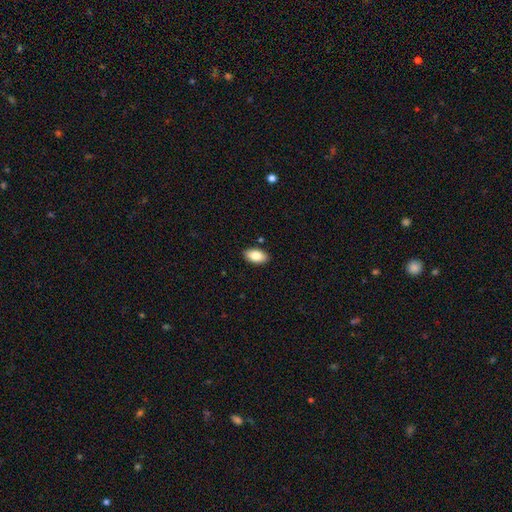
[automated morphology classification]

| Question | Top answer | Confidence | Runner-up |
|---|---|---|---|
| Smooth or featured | smooth | 85% | featured or disk (8%) |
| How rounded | in between | 94% | round (3%) |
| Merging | none | 89% | minor disturbance (8%) |